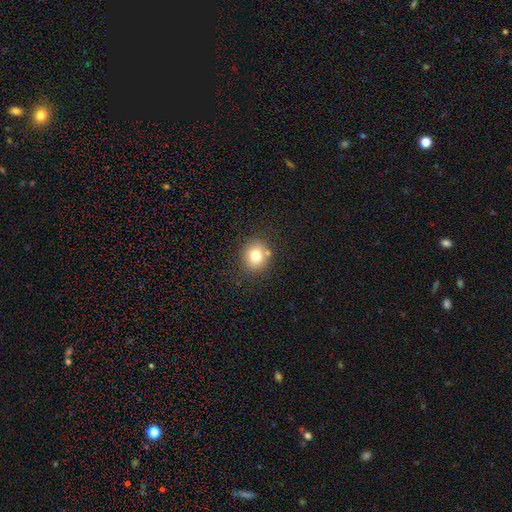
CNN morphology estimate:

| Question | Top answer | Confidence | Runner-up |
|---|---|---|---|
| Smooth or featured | smooth | 76% | star or artifact (13%) |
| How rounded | round | 82% | in between (17%) |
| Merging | none | 80% | minor disturbance (10%) |